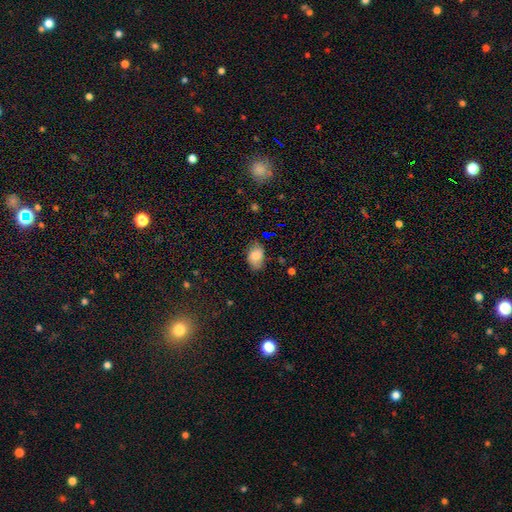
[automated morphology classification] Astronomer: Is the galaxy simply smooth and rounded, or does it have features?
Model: smooth — 77%.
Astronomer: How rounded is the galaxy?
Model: in between — 86%.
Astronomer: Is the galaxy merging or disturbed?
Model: none — 68%.